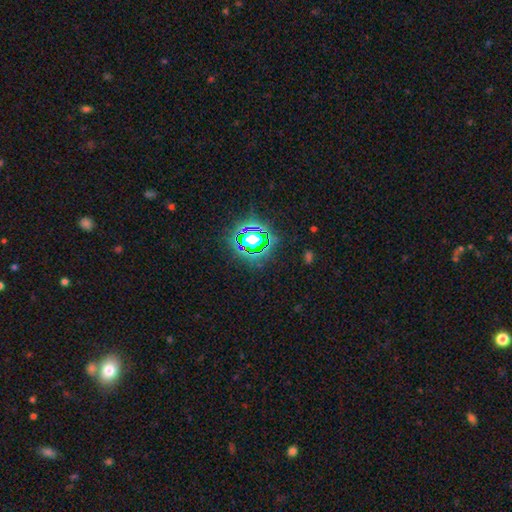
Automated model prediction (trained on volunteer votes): This appears to be a star or artifact, not a galaxy (79%).